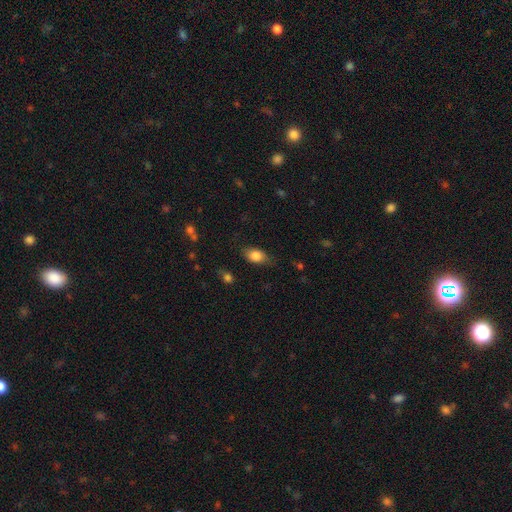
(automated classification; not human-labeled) Morphology: type=smooth (82%); roundness=in between (84%); merging=none (73%).